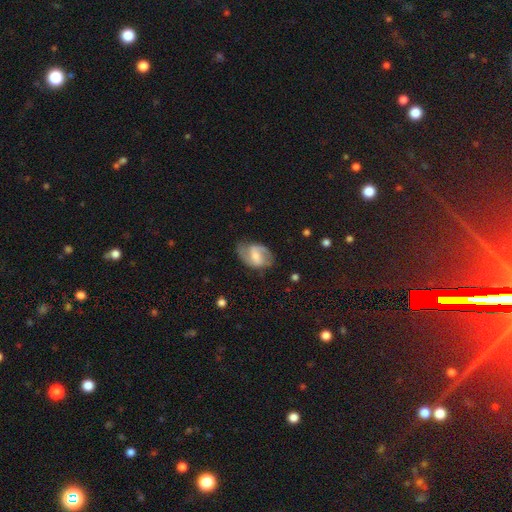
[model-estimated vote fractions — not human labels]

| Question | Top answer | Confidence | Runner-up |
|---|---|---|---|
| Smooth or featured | featured or disk | 69% | smooth (24%) |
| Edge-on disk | no | 97% | yes (3%) |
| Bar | weak | 49% | strong (29%) |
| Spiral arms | yes | 88% | no (12%) |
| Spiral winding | medium | 49% | loose (30%) |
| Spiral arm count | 2 | 85% | can't tell (8%) |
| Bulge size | moderate | 45% | small (38%) |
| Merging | none | 68% | minor disturbance (22%) |